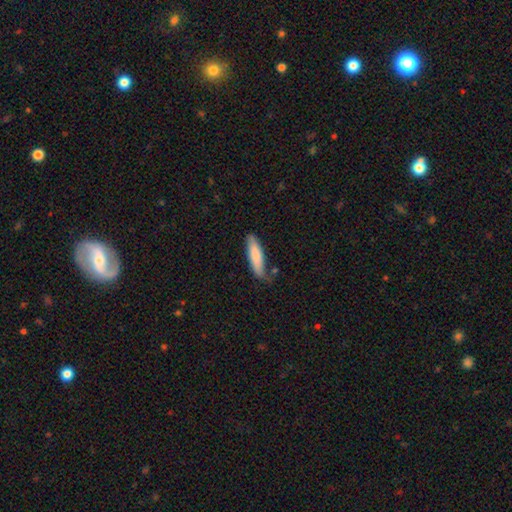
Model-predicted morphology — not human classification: smooth 80%, featured or disk 15%, star or artifact 6%. Down the decision tree: how rounded — cigar-shaped (68%); merging — none (72%).